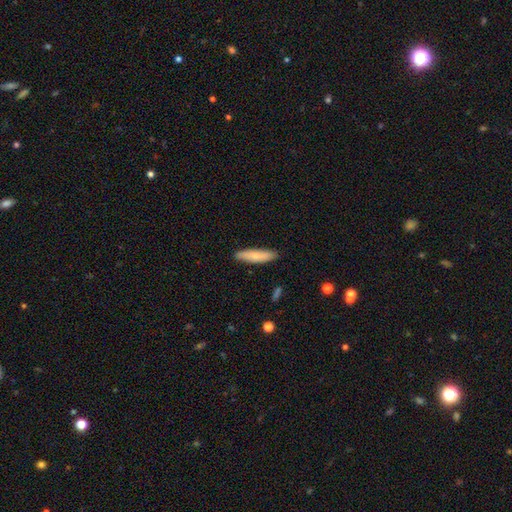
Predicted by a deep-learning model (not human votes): Smooth or featured?
  - smooth: 74% *
  - featured or disk: 21%
  - star or artifact: 6%
How rounded?
  - cigar-shaped: 74% *
  - in between: 24%
  - round: 2%
Merging?
  - none: 87% *
  - minor disturbance: 10%
  - major disturbance: 2%
  - merger: 1%